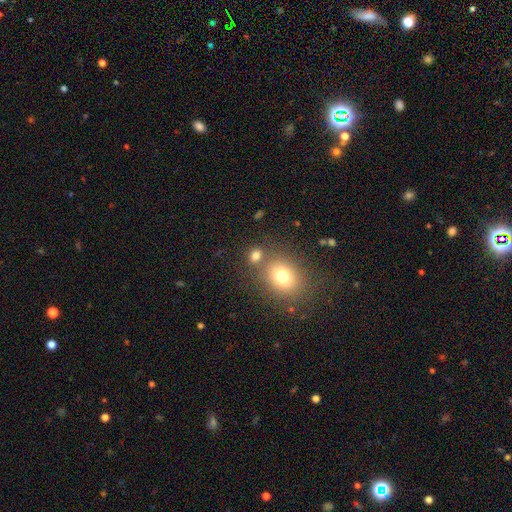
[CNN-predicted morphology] Smooth or featured? smooth (76%)
How rounded? round (61%)
Merging? none (63%)